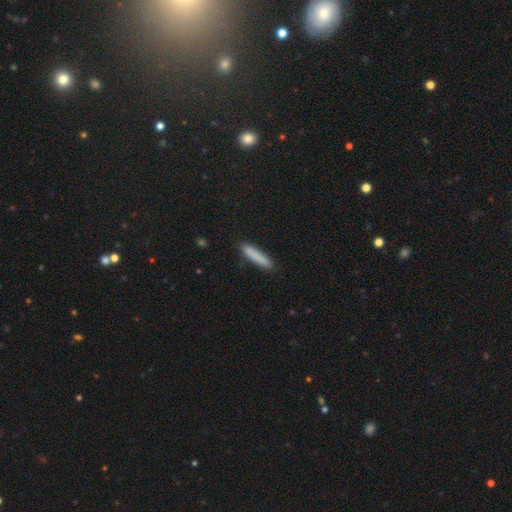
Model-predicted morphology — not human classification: The model was most divided on "smooth or featured": smooth: 85%, featured or disk: 9%, star or artifact: 6%. More confident: how rounded — cigar-shaped (90%); merging — none (86%).